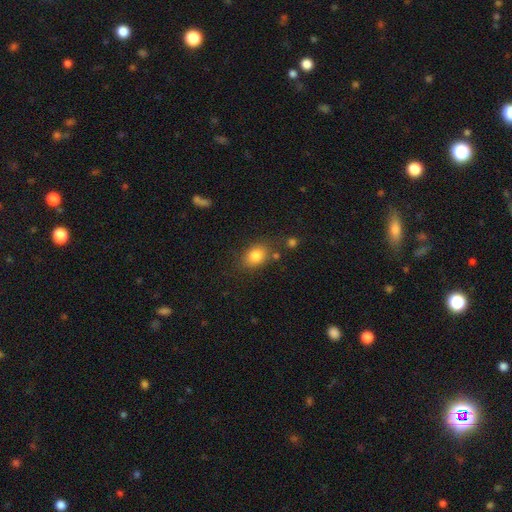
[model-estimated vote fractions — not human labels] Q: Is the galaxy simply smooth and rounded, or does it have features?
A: smooth — 82%.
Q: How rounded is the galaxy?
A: in between — 65%.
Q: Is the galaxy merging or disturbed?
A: none — 74%.